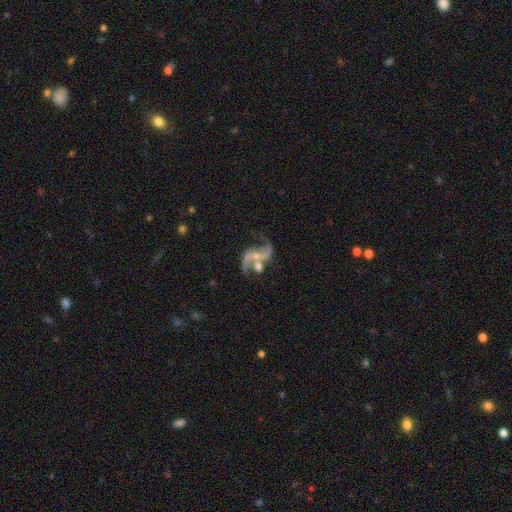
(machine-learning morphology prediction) The model was most divided on "bar": no: 49%, weak: 35%, strong: 16%. Remaining: edge-on disk — no (97%); spiral arms — yes (90%); spiral arm count — 2 (87%); smooth or featured — featured or disk (83%); spiral winding — loose (74%); bulge size — small (55%); merging — none (45%).